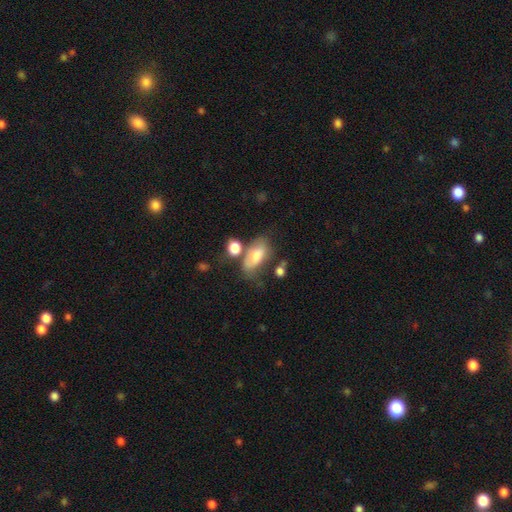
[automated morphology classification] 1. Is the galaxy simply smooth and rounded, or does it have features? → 68% smooth, 22% featured or disk, 10% star or artifact.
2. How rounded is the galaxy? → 87% in between, 7% round, 6% cigar-shaped.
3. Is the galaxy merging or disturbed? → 43% none, 24% minor disturbance, 19% merger, 14% major disturbance.